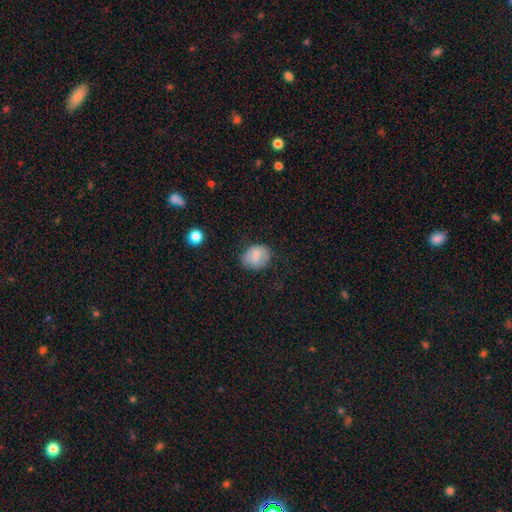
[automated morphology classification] Smooth or featured: smooth — 73% (featured or disk — 19%)
How rounded: round — 50% (in between — 49%)
Merging: none — 77% (minor disturbance — 17%)